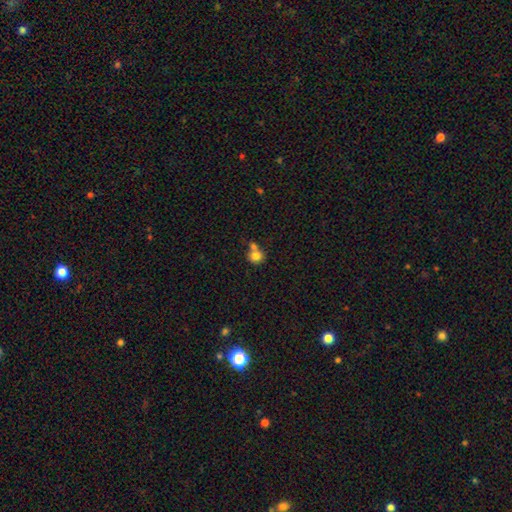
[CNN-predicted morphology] The model was most divided on "merging": none: 44%, merger: 42%, minor disturbance: 10%, major disturbance: 4%. More confident: how rounded — round (82%); smooth or featured — smooth (79%).